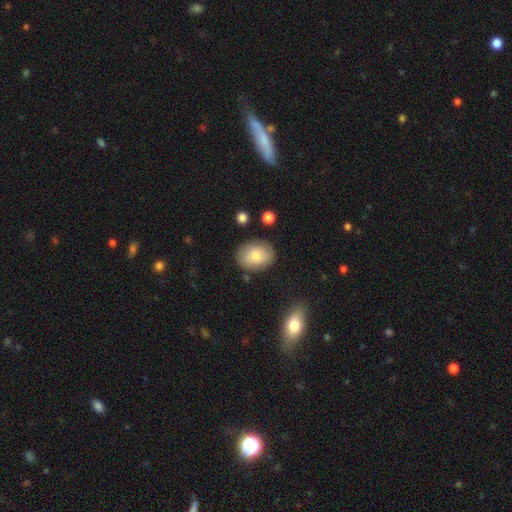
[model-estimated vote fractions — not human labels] Q: Smooth or featured?
A: smooth (76%); runner-up: featured or disk (17%)
Q: How rounded?
A: in between (69%); runner-up: round (30%)
Q: Merging?
A: none (80%); runner-up: minor disturbance (14%)